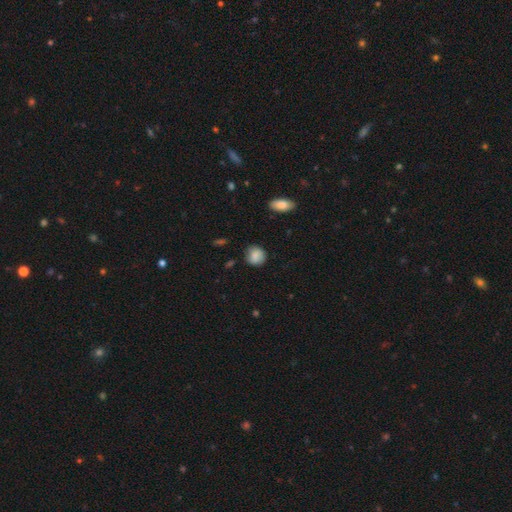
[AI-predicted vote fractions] Smooth or featured? Predicted: smooth (p=0.85). How rounded? Predicted: round (p=0.81). Merging? Predicted: none (p=0.79).